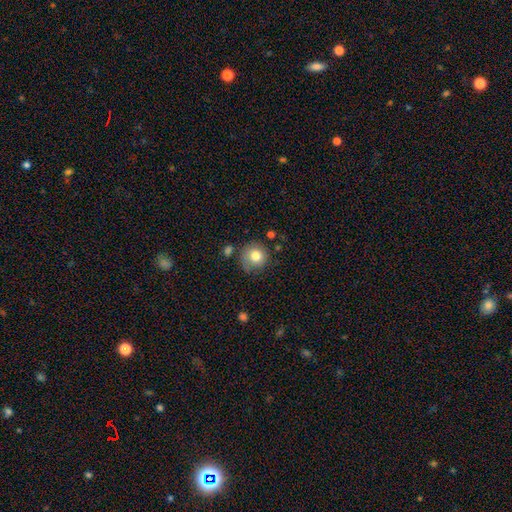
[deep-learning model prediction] This is likely a smooth galaxy (78%). How rounded: clearly round (91%). Merging: likely none (70%).